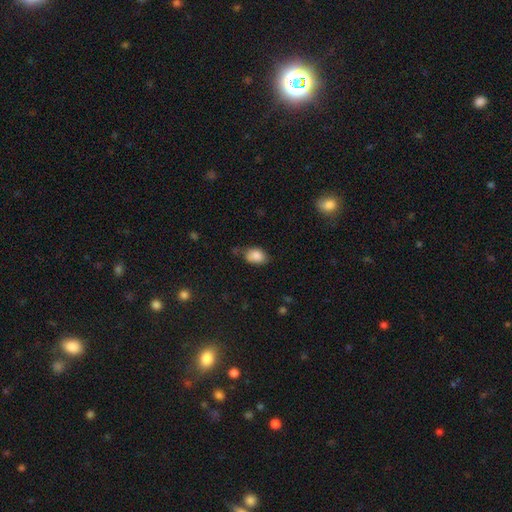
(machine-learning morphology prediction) A smooth galaxy with no disk features (86%) that is in between round and cigar-shaped (82%).

Vote fractions:
- Smooth or featured? smooth: 86% / star or artifact: 8% / featured or disk: 6%
- How rounded? in between: 82% / round: 17% / cigar-shaped: 1%
- Merging? none: 62% / minor disturbance: 28% / major disturbance: 6% / merger: 4%